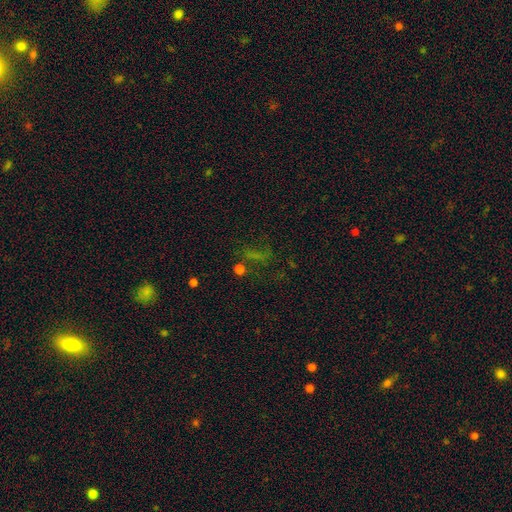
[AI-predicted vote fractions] Smooth or featured? Predicted: star or artifact (p=0.48).